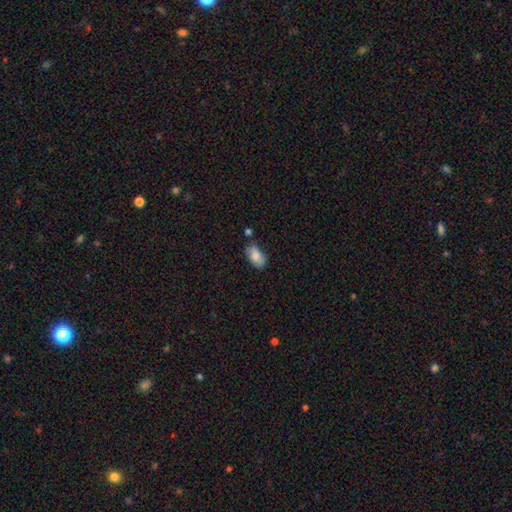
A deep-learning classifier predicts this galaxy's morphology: type=smooth (86%); roundness=in between (93%); merging=none (70%).